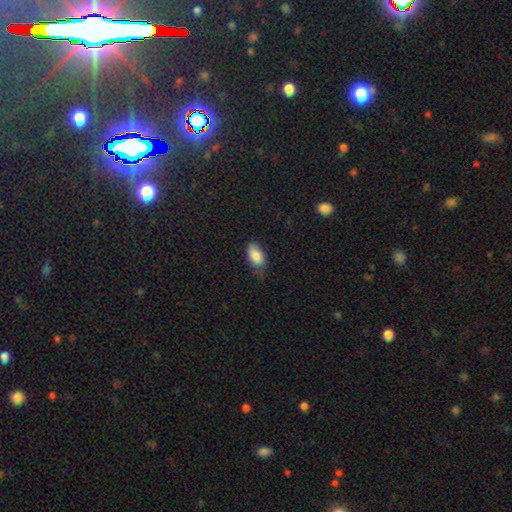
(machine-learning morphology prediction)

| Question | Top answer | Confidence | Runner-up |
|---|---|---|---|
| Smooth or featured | smooth | 84% | featured or disk (8%) |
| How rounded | in between | 92% | round (5%) |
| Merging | none | 59% | minor disturbance (33%) |